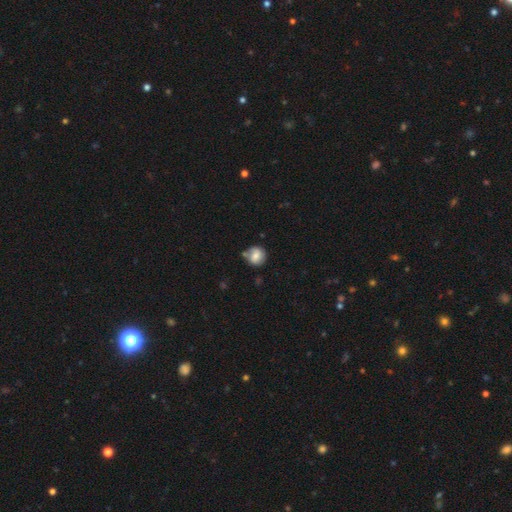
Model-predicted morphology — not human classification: This appears to be a smooth galaxy with no disk features (72%) that is round (85%). Merging: none (62%).